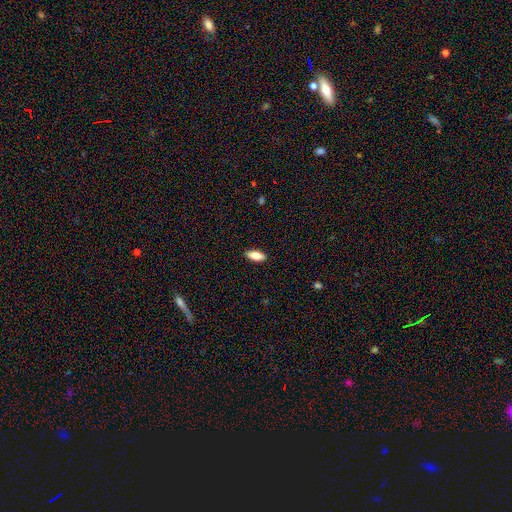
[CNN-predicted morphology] The model was most divided on "how rounded": in between: 80%, cigar-shaped: 18%, round: 2%. More confident: merging — none (90%); smooth or featured — smooth (78%).